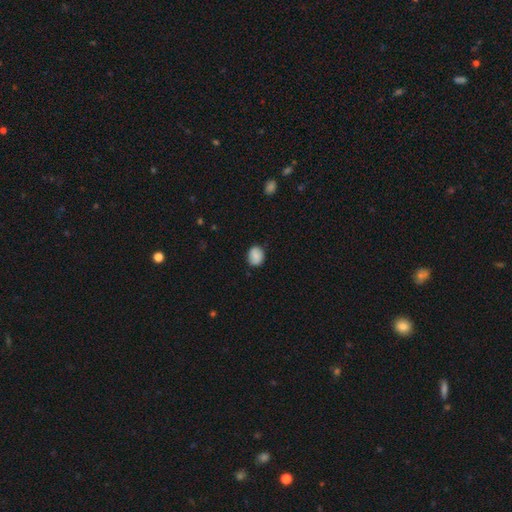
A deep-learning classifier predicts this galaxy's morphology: Smooth or featured? Predicted: smooth (p=0.80). How rounded? Predicted: round (p=0.55). Merging? Predicted: none (p=0.82).